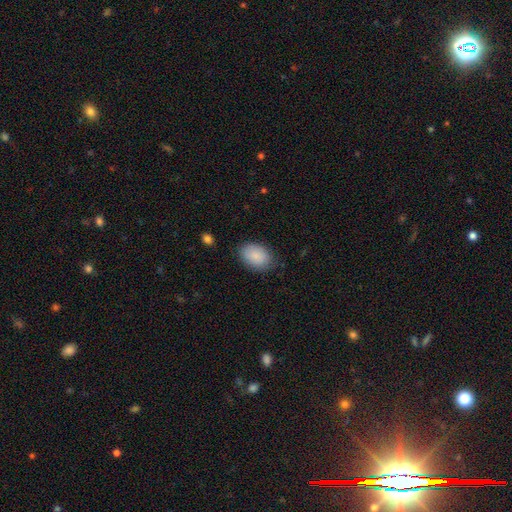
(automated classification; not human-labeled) smooth-or-featured: smooth: 88% | star or artifact: 6% | featured or disk: 6%
  how-rounded: in between: 83% | round: 16% | cigar-shaped: 1%
  merging: none: 80% | minor disturbance: 15% | major disturbance: 3% | merger: 1%